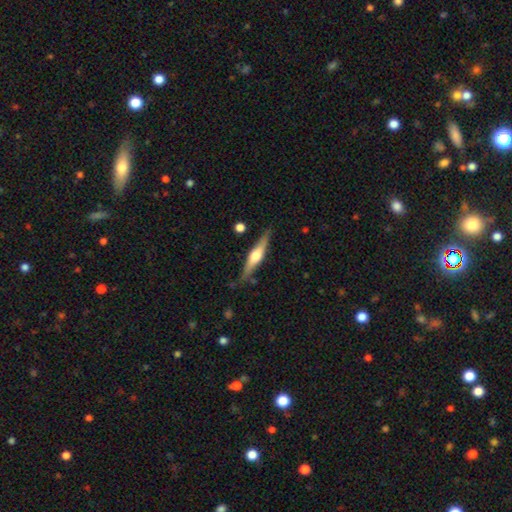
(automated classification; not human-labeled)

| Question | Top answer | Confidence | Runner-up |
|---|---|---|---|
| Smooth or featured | featured or disk | 66% | smooth (29%) |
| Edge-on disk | yes | 97% | no (3%) |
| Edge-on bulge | rounded | 92% | boxy (5%) |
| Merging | none | 84% | minor disturbance (12%) |